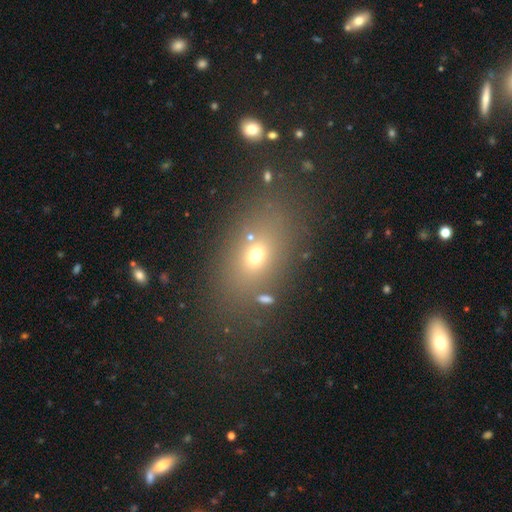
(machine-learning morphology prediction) This is likely a smooth galaxy (63%). How rounded: likely in between (72%). Merging: likely none (76%).